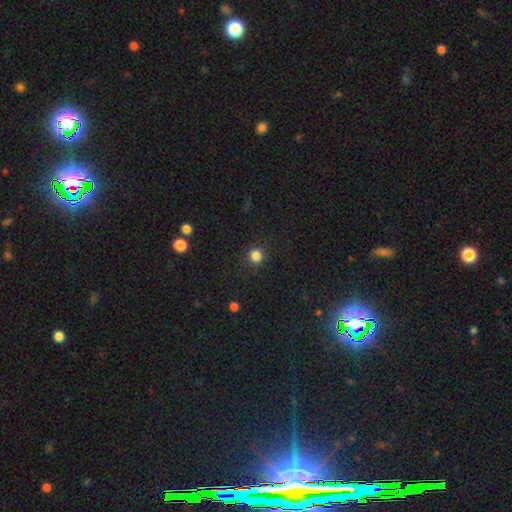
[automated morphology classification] This appears to be a smooth galaxy with no disk features (83%) that is round (92%). Merging: none (89%).